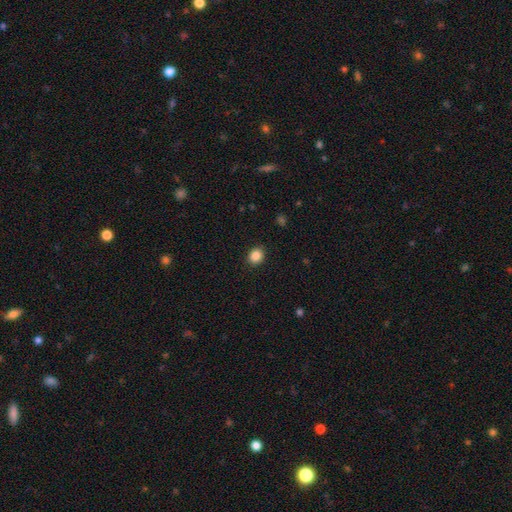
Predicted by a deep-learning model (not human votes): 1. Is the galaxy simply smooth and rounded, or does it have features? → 87% smooth, 10% star or artifact, 4% featured or disk.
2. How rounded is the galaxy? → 60% round, 40% in between, 1% cigar-shaped.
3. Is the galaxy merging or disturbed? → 90% none, 7% minor disturbance, 2% major disturbance, 1% merger.